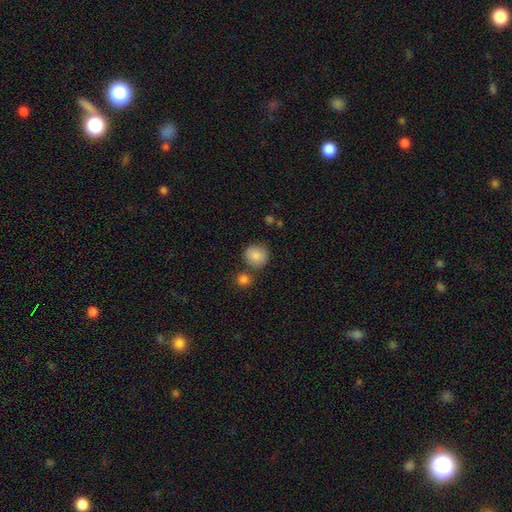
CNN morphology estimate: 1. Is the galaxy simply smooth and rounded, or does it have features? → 87% smooth, 8% star or artifact, 5% featured or disk.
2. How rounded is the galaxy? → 88% round, 11% in between, 1% cigar-shaped.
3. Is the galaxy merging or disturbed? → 72% none, 15% merger, 10% minor disturbance, 3% major disturbance.